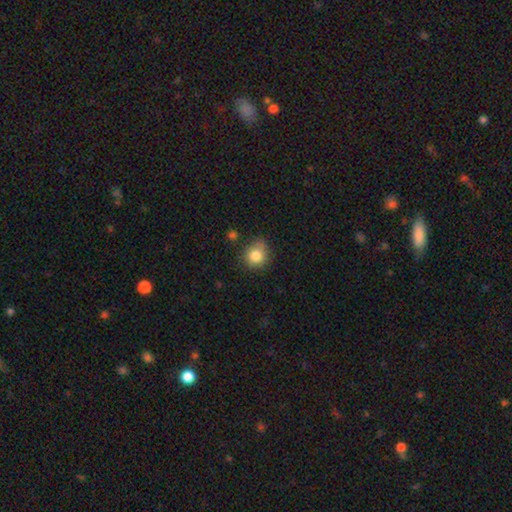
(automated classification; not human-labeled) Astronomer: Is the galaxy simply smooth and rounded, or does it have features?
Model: smooth — 83%.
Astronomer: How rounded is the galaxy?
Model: round — 81%.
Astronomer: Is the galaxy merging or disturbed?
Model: none — 68%.